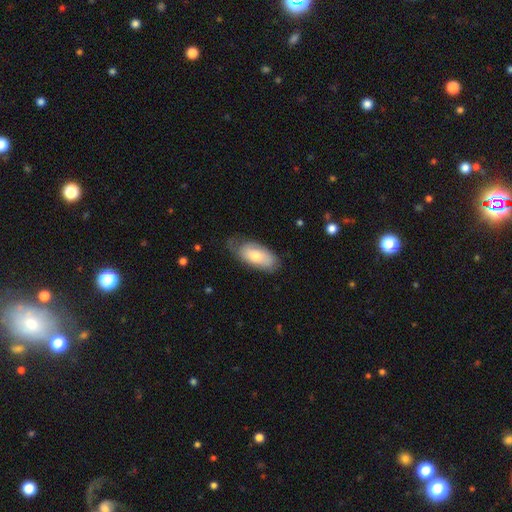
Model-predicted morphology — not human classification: type=smooth (66%); roundness=in between (91%); merging=none (56%).